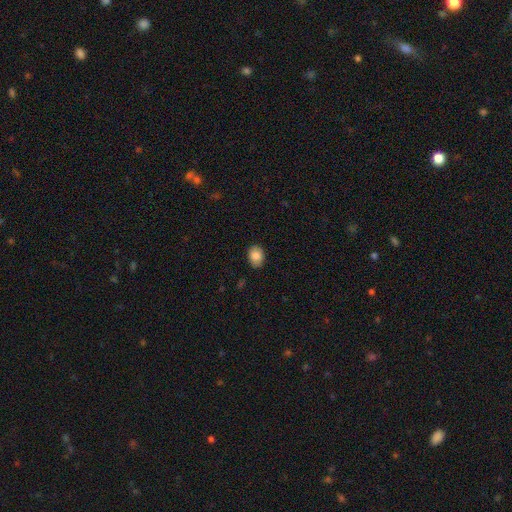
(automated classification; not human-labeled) Q: Smooth or featured?
A: smooth (85%); runner-up: star or artifact (8%)
Q: How rounded?
A: in between (68%); runner-up: round (31%)
Q: Merging?
A: none (86%); runner-up: minor disturbance (11%)